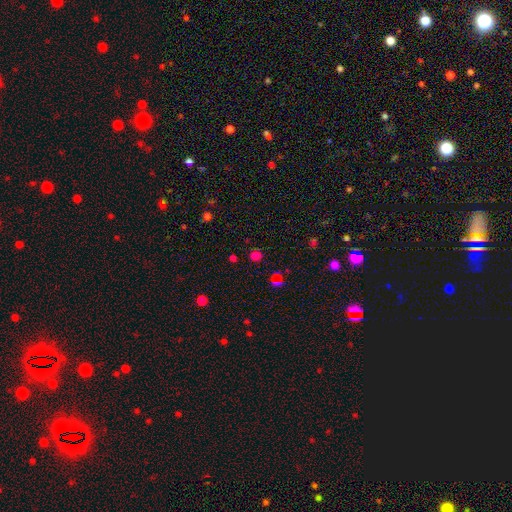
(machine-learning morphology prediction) smooth_or_featured: smooth (p=0.68) [alt: star or artifact p=0.28]
how_rounded: round (p=0.87) [alt: in between p=0.12]
merging: none (p=0.87) [alt: minor disturbance p=0.08]